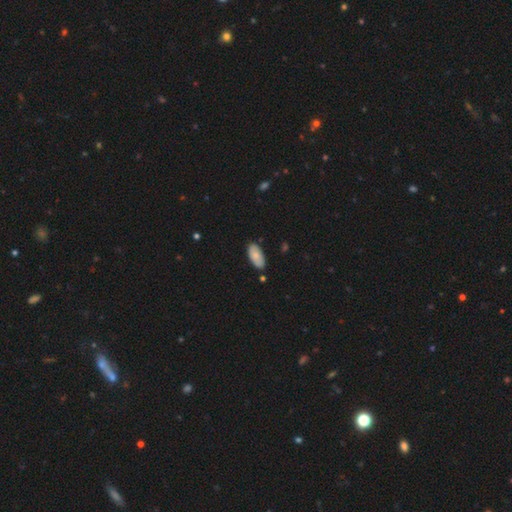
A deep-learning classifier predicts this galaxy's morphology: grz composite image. It shows a smooth galaxy with no disk features (80%) that is in between round and cigar-shaped (93%). Merging: none (82%).